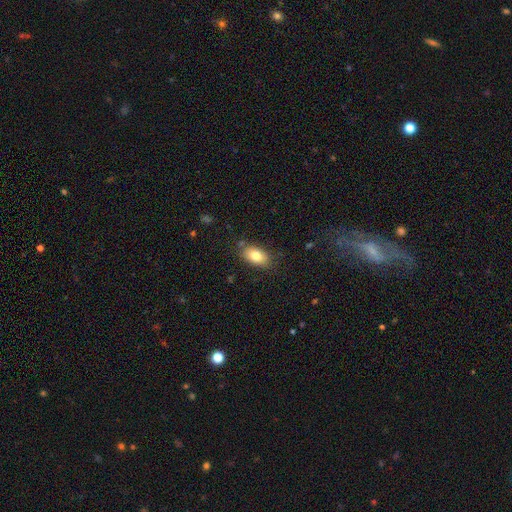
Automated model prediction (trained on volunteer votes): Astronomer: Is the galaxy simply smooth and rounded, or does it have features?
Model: smooth — 80%.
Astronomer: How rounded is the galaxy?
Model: in between — 90%.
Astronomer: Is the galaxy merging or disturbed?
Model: none — 81%.